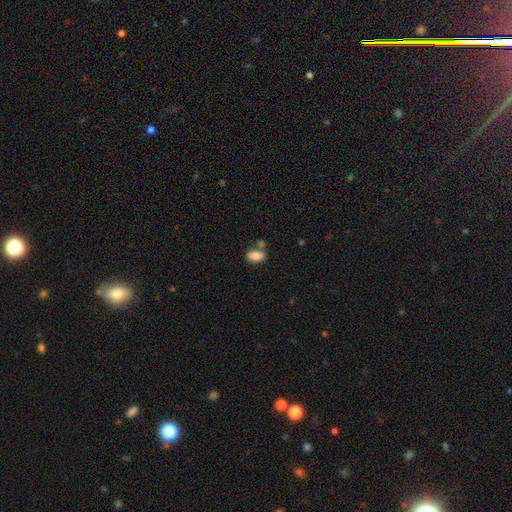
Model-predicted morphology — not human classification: A smooth galaxy with no disk features (84%) that is in between round and cigar-shaped (90%). Merging: none (62%).